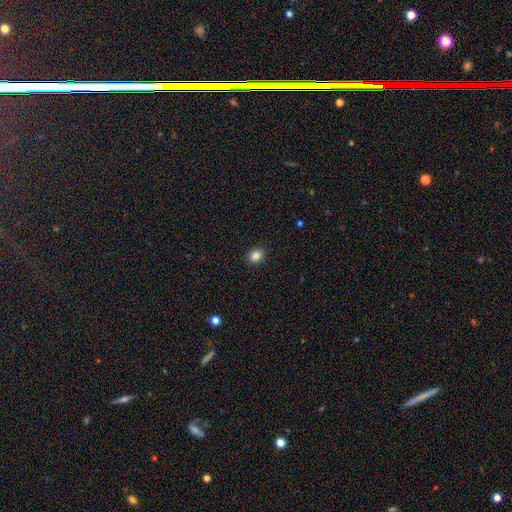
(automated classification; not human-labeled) Smooth or featured: smooth — 86% (star or artifact — 10%)
How rounded: in between — 50% (round — 49%)
Merging: none — 90% (minor disturbance — 7%)